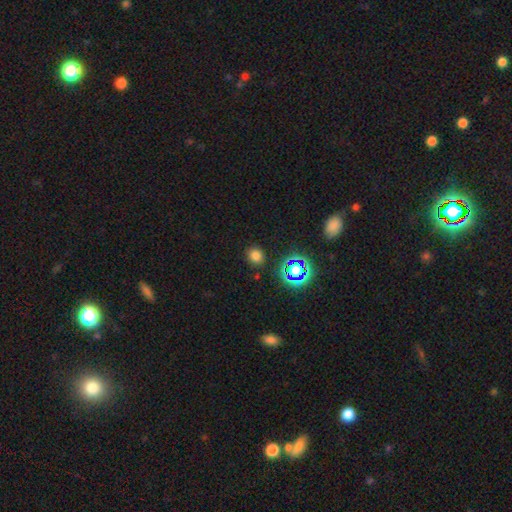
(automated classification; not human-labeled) Overall: smooth (72%). How rounded: round (77%). Merging: none (87%).